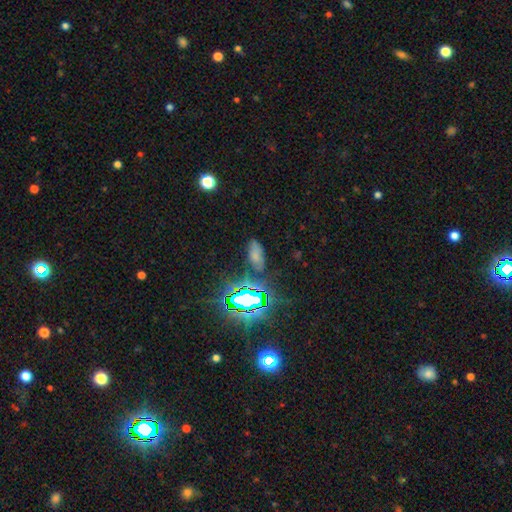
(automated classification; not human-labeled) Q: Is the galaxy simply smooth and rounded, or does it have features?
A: smooth — 51%.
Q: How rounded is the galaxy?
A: in between — 88%.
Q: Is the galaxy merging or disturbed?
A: none — 71%.